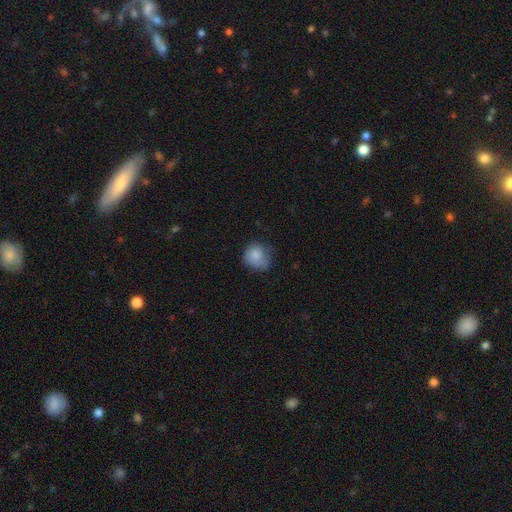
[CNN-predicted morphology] smooth 82%, featured or disk 9%, star or artifact 8%. Down the decision tree: how rounded — round (74%); merging — none (56%).